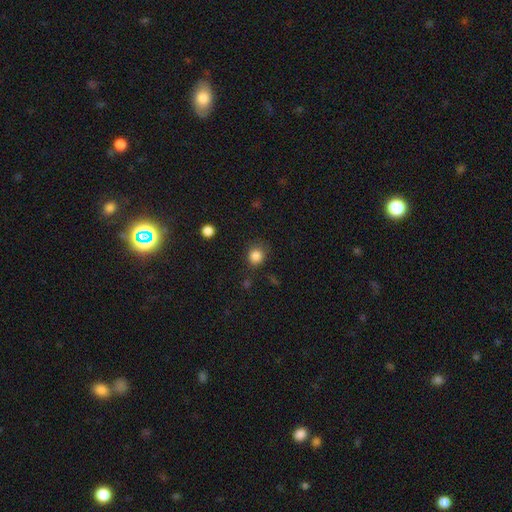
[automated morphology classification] This appears to be a smooth galaxy with no disk features (84%) that is round (80%). Merging: none (76%).